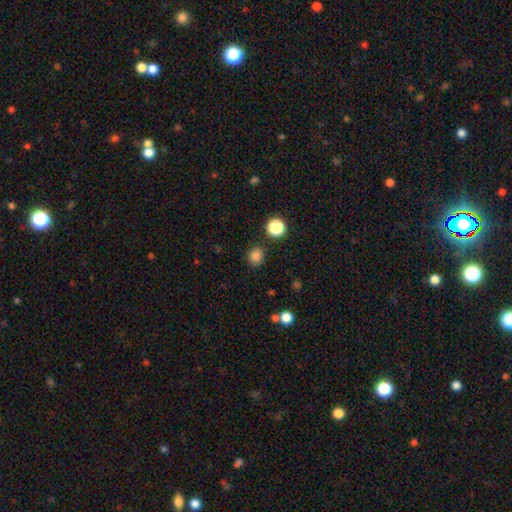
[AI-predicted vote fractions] Smooth or featured: smooth — 83% (star or artifact — 13%)
How rounded: round — 74% (in between — 25%)
Merging: none — 86% (minor disturbance — 9%)